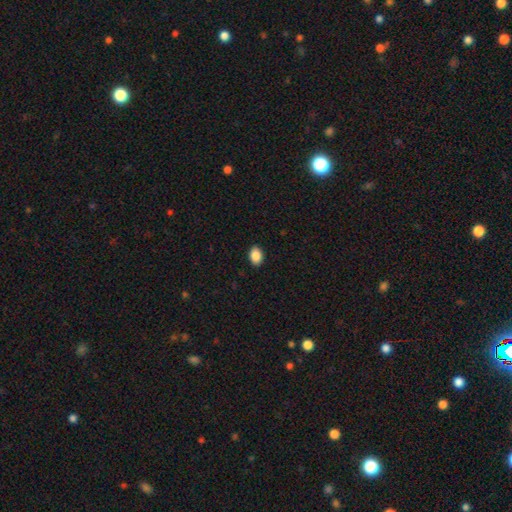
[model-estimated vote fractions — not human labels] Smooth or featured? smooth (88%)
How rounded? in between (80%)
Merging? none (90%)